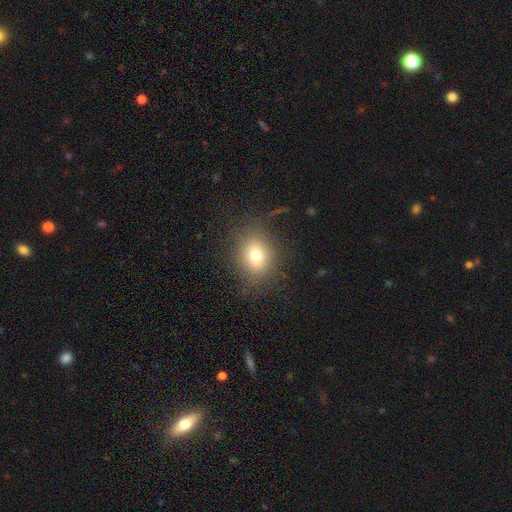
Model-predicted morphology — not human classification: Smooth or featured? Predicted: smooth (p=0.73). How rounded? Predicted: round (p=0.53). Merging? Predicted: none (p=0.79).